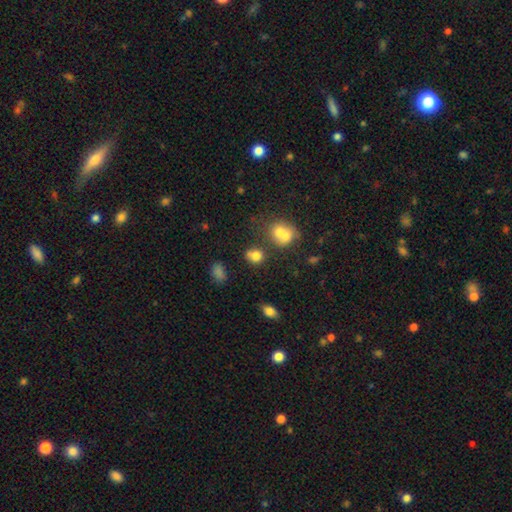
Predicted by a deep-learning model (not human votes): smooth 75%, star or artifact 15%, featured or disk 11%. Down the decision tree: how rounded — round (67%); merging — none (49%).